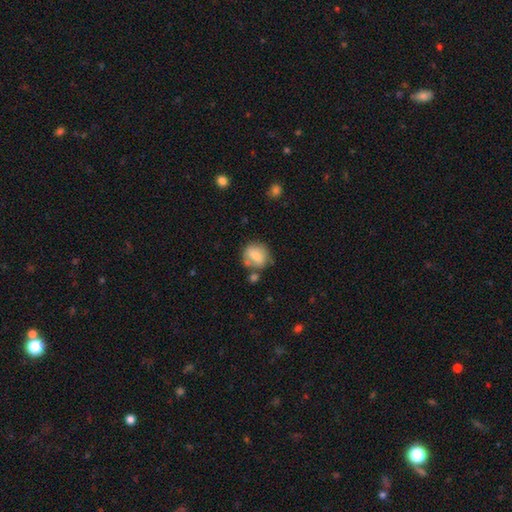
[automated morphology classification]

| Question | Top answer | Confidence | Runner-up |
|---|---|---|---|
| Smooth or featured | smooth | 67% | featured or disk (24%) |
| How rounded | round | 78% | in between (21%) |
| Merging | none | 64% | minor disturbance (17%) |